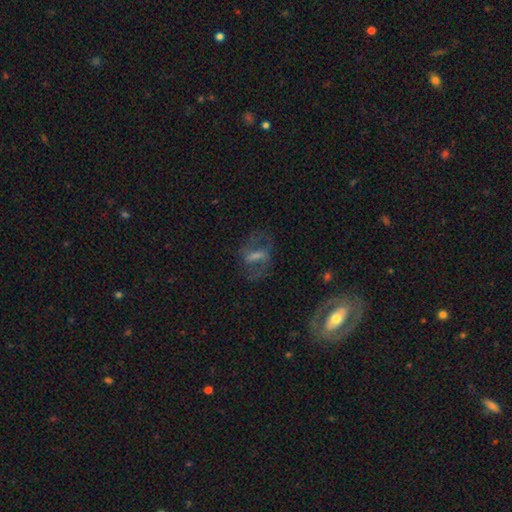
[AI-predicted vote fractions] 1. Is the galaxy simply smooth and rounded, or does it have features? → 61% featured or disk, 25% smooth, 14% star or artifact.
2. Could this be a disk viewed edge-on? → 89% no, 11% yes.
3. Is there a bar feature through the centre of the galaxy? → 49% strong, 32% weak, 18% no.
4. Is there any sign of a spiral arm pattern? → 59% yes, 41% no.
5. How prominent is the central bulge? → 33% moderate, 31% small, 25% none, 9% large, 2% dominant.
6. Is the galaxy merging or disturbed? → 65% none, 17% major disturbance, 15% minor disturbance, 3% merger.